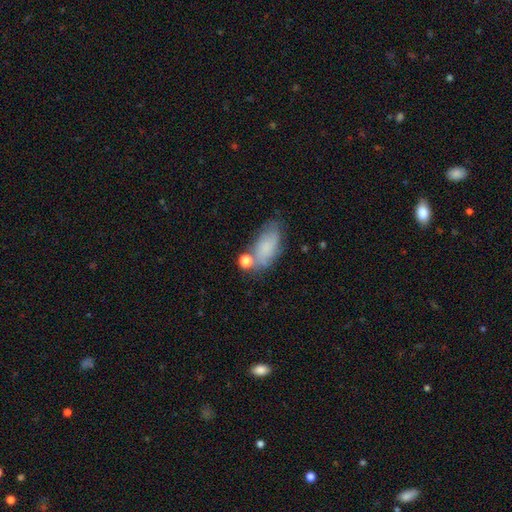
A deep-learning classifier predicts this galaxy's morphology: Smooth or featured?
  - smooth: 66% *
  - featured or disk: 19%
  - star or artifact: 15%
How rounded?
  - in between: 84% *
  - cigar-shaped: 11%
  - round: 5%
Merging?
  - none: 63% *
  - minor disturbance: 19%
  - merger: 11%
  - major disturbance: 7%